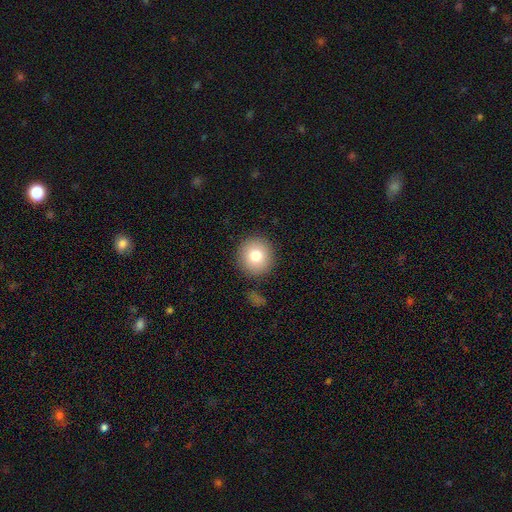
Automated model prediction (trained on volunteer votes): Smooth or featured?
  - smooth: 78% *
  - featured or disk: 12%
  - star or artifact: 10%
How rounded?
  - round: 93% *
  - in between: 6%
  - cigar-shaped: 1%
Merging?
  - none: 88% *
  - minor disturbance: 7%
  - merger: 3%
  - major disturbance: 3%